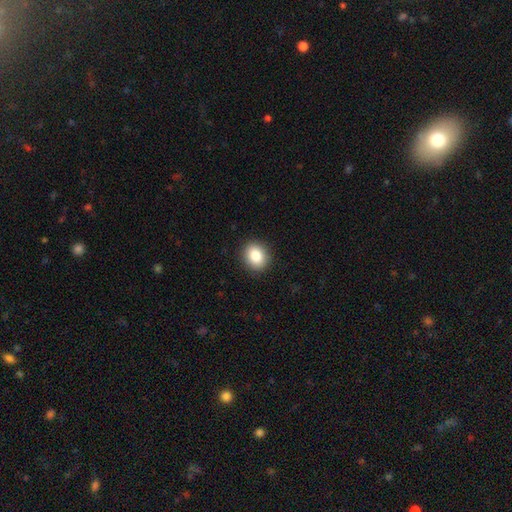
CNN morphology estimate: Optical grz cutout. It shows a smooth galaxy with no disk features (85%) that is round (68%). Merging: none (91%).